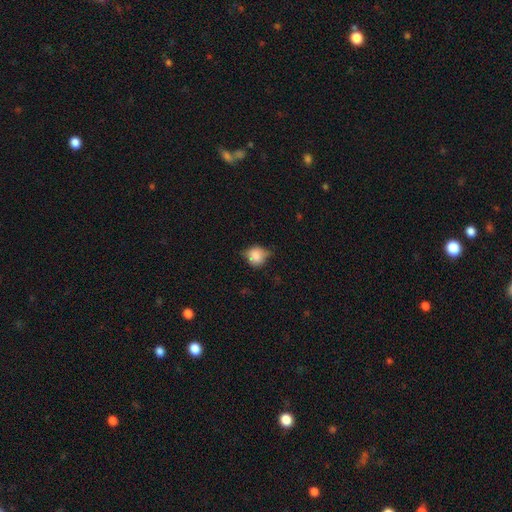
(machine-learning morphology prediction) A smooth galaxy with no disk features (74%) that is round (73%).

Vote fractions:
- Smooth or featured? smooth: 74% / featured or disk: 16% / star or artifact: 10%
- How rounded? round: 73% / in between: 26% / cigar-shaped: 1%
- Merging? none: 54% / minor disturbance: 34% / major disturbance: 9% / merger: 2%